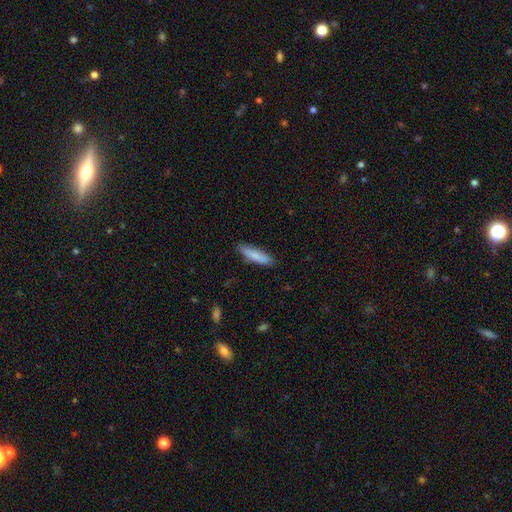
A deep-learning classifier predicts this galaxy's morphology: Smooth or featured? Predicted: smooth (p=0.81). How rounded? Predicted: cigar-shaped (p=0.72). Merging? Predicted: none (p=0.84).